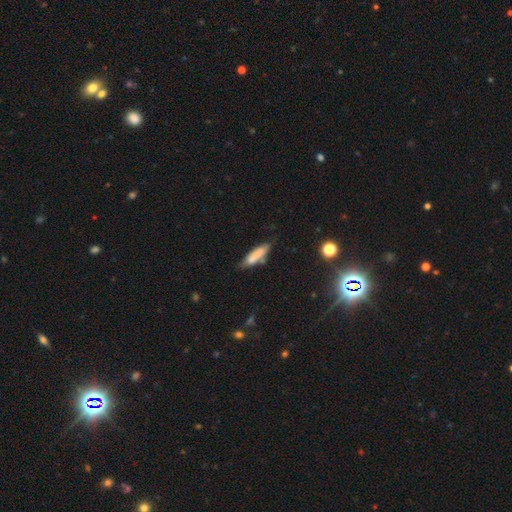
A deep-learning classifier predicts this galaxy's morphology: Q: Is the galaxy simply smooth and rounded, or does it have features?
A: smooth — 80%.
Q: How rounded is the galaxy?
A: cigar-shaped — 60%.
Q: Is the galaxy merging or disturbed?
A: none — 59%.